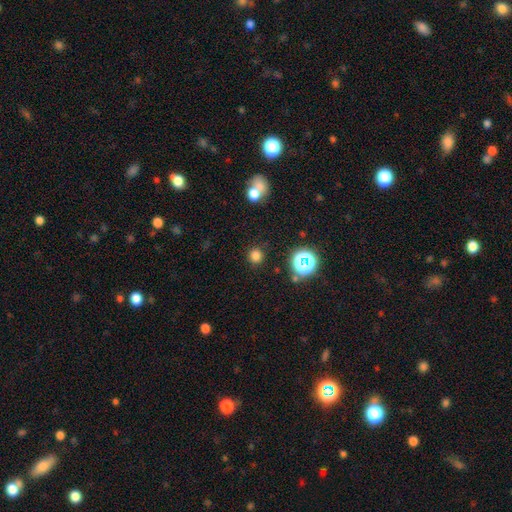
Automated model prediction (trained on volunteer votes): smooth_or_featured: smooth (p=0.77) [alt: star or artifact p=0.19]
how_rounded: round (p=0.91) [alt: in between p=0.08]
merging: none (p=0.88) [alt: minor disturbance p=0.07]